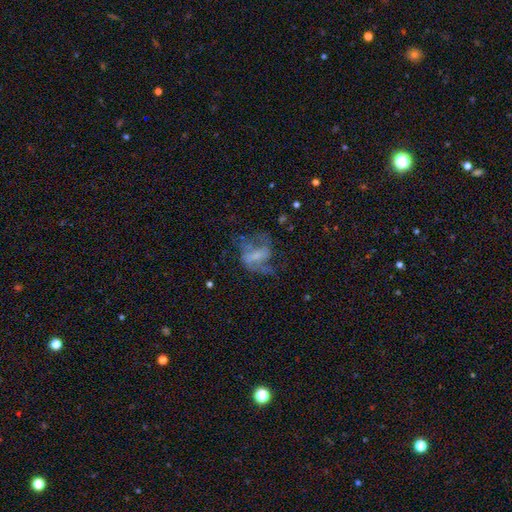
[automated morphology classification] smooth_or_featured: featured or disk (p=0.63) [alt: smooth p=0.26]
disk_edge_on: no (p=0.97) [alt: yes p=0.03]
bar: weak (p=0.40) [alt: no p=0.35]
has_spiral_arms: yes (p=0.58) [alt: no p=0.42]
bulge_size: small (p=0.37) [alt: none p=0.34]
merging: major disturbance (p=0.43) [alt: none p=0.34]